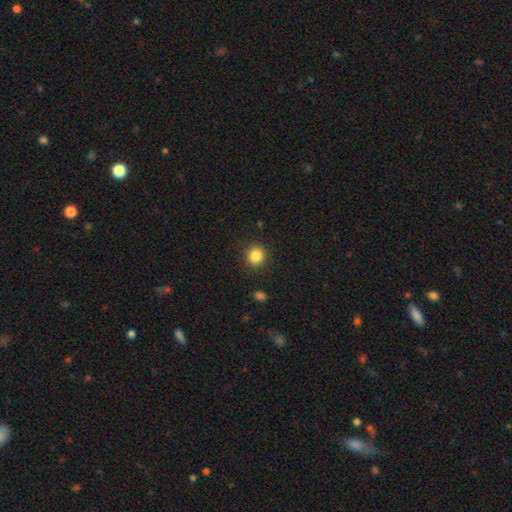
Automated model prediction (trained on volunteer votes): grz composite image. It shows a smooth galaxy with no disk features (85%) that is round (91%). Merging: none (91%).